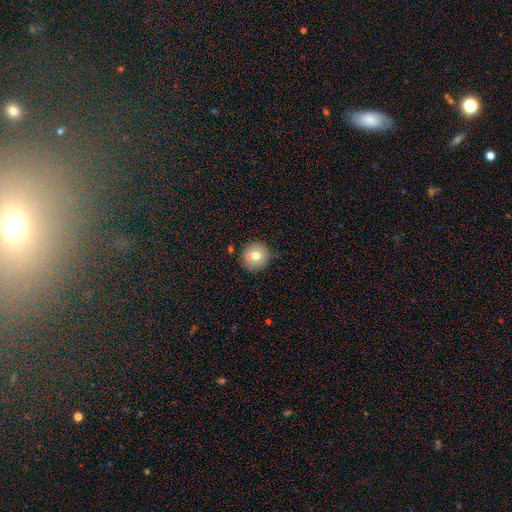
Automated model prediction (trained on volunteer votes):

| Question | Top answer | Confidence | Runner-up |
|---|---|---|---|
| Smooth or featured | smooth | 71% | featured or disk (18%) |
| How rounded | round | 94% | in between (5%) |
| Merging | none | 76% | merger (11%) |